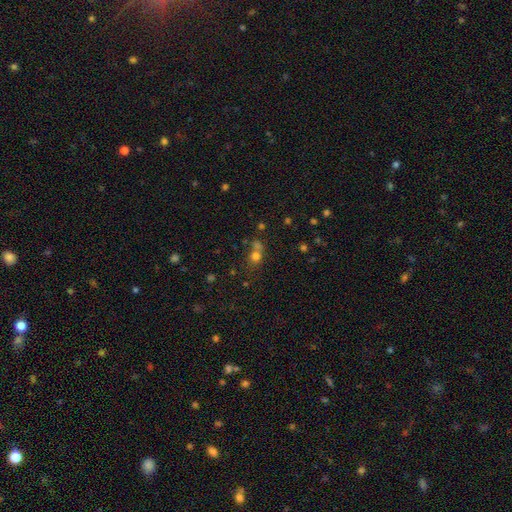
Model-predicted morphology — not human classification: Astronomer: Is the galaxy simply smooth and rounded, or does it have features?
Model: smooth — 67%.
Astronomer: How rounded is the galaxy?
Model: round — 77%.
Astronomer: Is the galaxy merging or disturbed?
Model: none — 46% (runner-up: merger, 39%).